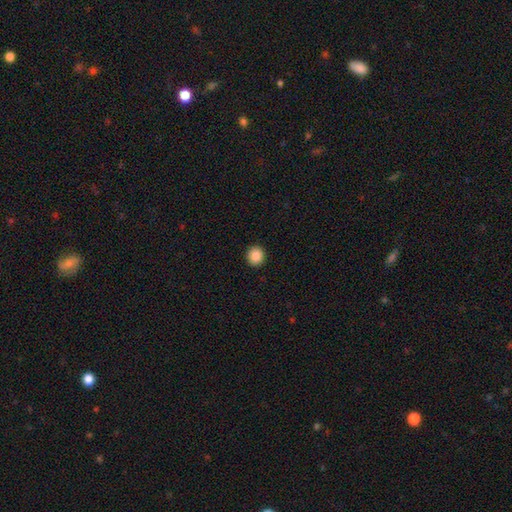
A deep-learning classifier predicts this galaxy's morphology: This is clearly a smooth galaxy (88%). How rounded: clearly round (89%). Merging: clearly none (93%).